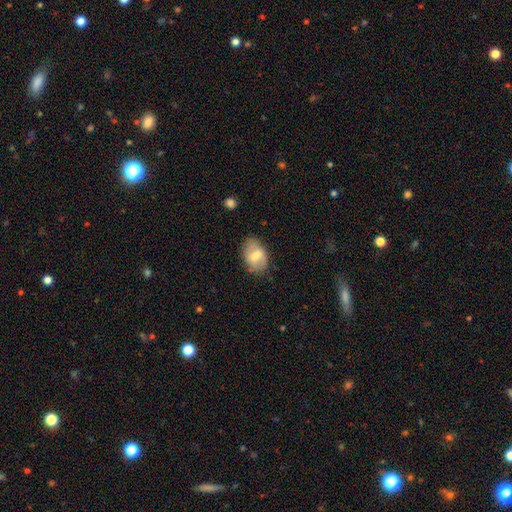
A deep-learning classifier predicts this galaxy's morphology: Q: Smooth or featured?
A: smooth (62%); runner-up: featured or disk (31%)
Q: How rounded?
A: in between (87%); runner-up: round (11%)
Q: Merging?
A: none (74%); runner-up: minor disturbance (20%)